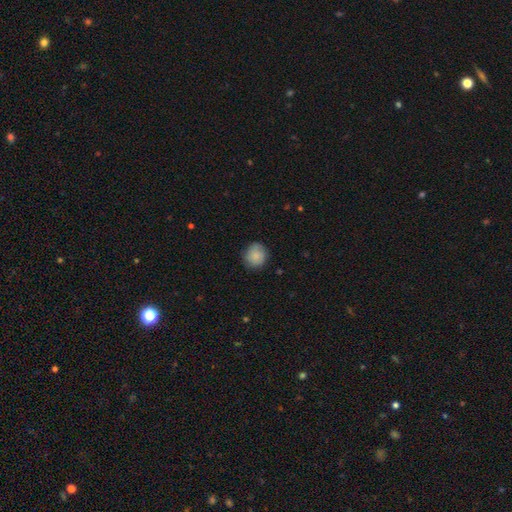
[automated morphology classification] This is clearly a smooth galaxy (86%). How rounded: clearly round (86%). Merging: clearly none (83%).